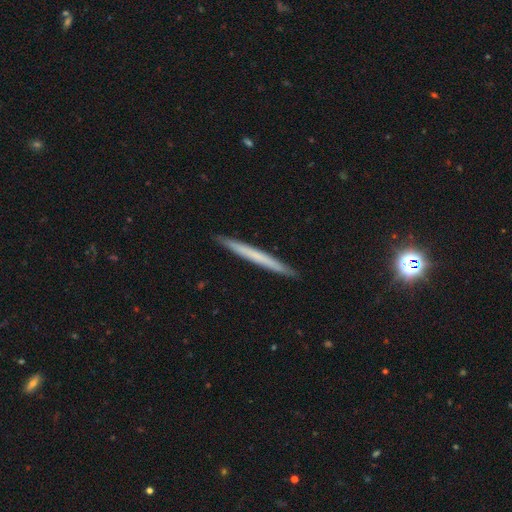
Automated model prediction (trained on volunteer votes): smooth 55%, featured or disk 40%, star or artifact 6%. Down the decision tree: how rounded — cigar-shaped (97%); merging — none (92%).